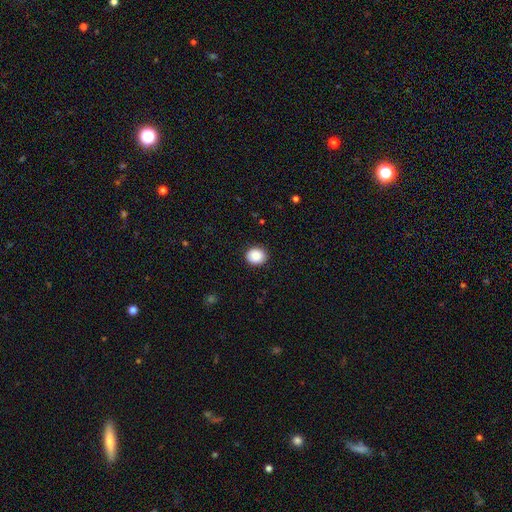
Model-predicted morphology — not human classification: Smooth or featured?
  - smooth: 88% *
  - star or artifact: 8%
  - featured or disk: 4%
How rounded?
  - round: 75% *
  - in between: 24%
  - cigar-shaped: 1%
Merging?
  - none: 91% *
  - minor disturbance: 6%
  - major disturbance: 2%
  - merger: 1%